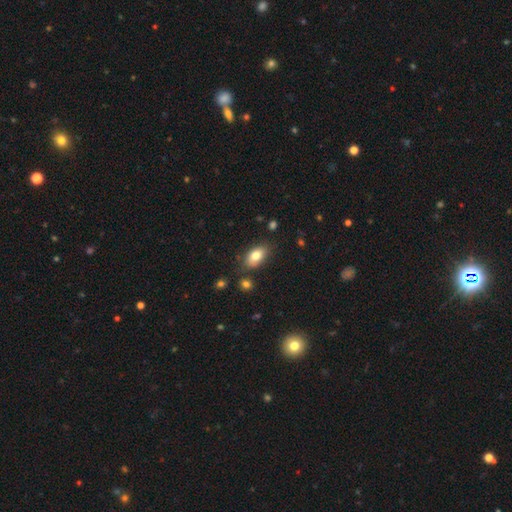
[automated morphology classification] Smooth or featured?
  - smooth: 80% *
  - featured or disk: 12%
  - star or artifact: 7%
How rounded?
  - in between: 91% *
  - round: 5%
  - cigar-shaped: 3%
Merging?
  - none: 78% *
  - minor disturbance: 15%
  - merger: 4%
  - major disturbance: 3%